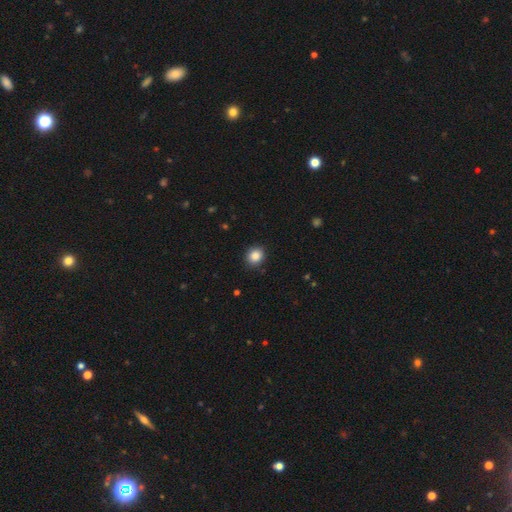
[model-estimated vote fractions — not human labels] smooth 86%, star or artifact 10%, featured or disk 4%. Down the decision tree: how rounded — round (77%); merging — none (90%).